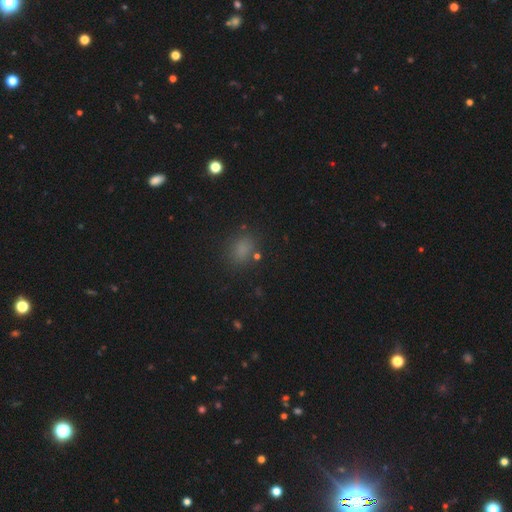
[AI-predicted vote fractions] A smooth galaxy with no disk features (75%) that is in between round and cigar-shaped (62%). Merging: none (81%).